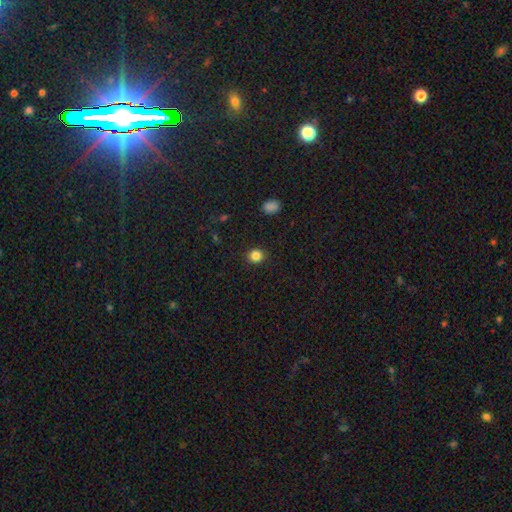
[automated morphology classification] Q: Smooth or featured?
A: smooth (85%); runner-up: star or artifact (11%)
Q: How rounded?
A: round (86%); runner-up: in between (13%)
Q: Merging?
A: none (92%); runner-up: minor disturbance (5%)